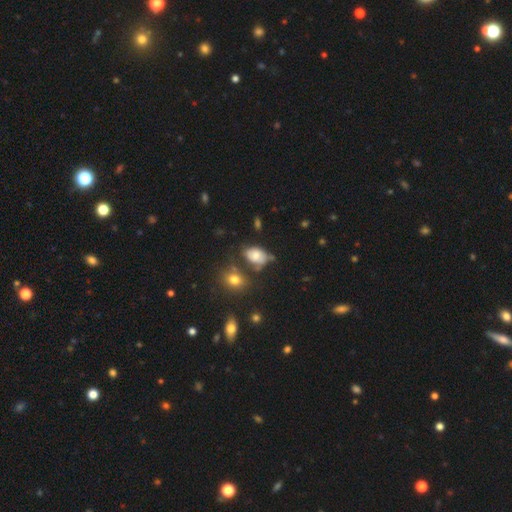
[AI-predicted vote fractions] smooth 68%, featured or disk 21%, star or artifact 11%. Down the decision tree: how rounded — in between (82%); merging — none (44%).